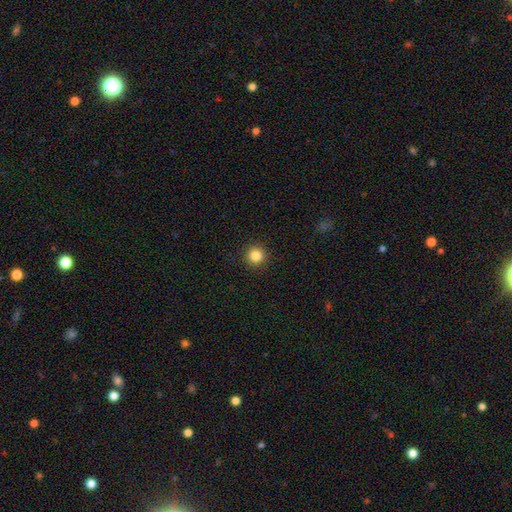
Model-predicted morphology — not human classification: A smooth galaxy with no disk features (84%) that is round (95%).

Vote fractions:
- Smooth or featured? smooth: 84% / star or artifact: 11% / featured or disk: 4%
- How rounded? round: 95% / in between: 4% / cigar-shaped: 1%
- Merging? none: 93% / minor disturbance: 4% / major disturbance: 2% / merger: 1%